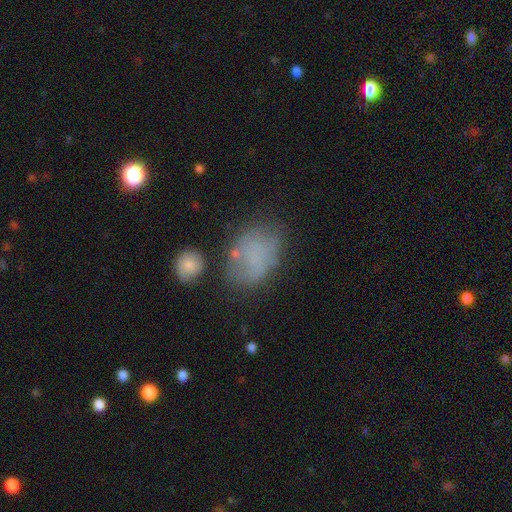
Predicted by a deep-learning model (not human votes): This is likely a smooth galaxy (63%). How rounded: likely in between (79%). Merging: possibly none (50%).